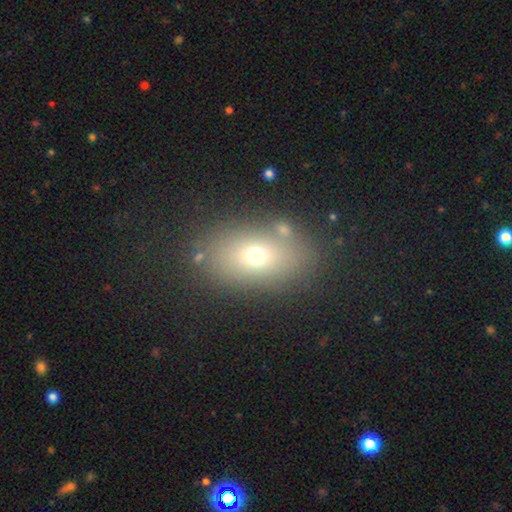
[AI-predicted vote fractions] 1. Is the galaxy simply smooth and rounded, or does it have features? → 66% smooth, 18% featured or disk, 15% star or artifact.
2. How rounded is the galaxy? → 80% in between, 17% round, 3% cigar-shaped.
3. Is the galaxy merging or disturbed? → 79% none, 11% minor disturbance, 6% merger, 4% major disturbance.